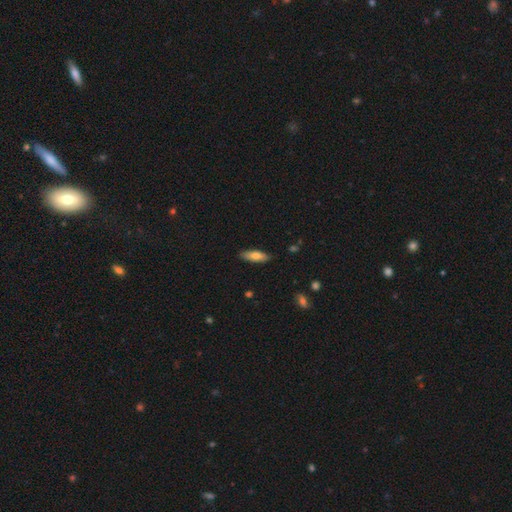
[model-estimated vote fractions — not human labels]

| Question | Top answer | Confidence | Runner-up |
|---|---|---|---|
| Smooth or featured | smooth | 71% | featured or disk (23%) |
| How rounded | in between | 55% | cigar-shaped (43%) |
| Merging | none | 87% | minor disturbance (10%) |